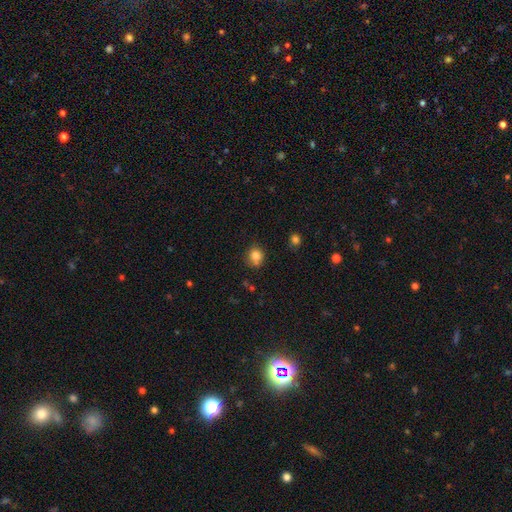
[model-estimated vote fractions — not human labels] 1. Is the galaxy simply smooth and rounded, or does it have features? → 81% smooth, 11% star or artifact, 7% featured or disk.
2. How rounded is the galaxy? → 76% round, 23% in between, 1% cigar-shaped.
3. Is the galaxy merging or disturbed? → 68% none, 19% minor disturbance, 8% merger, 5% major disturbance.